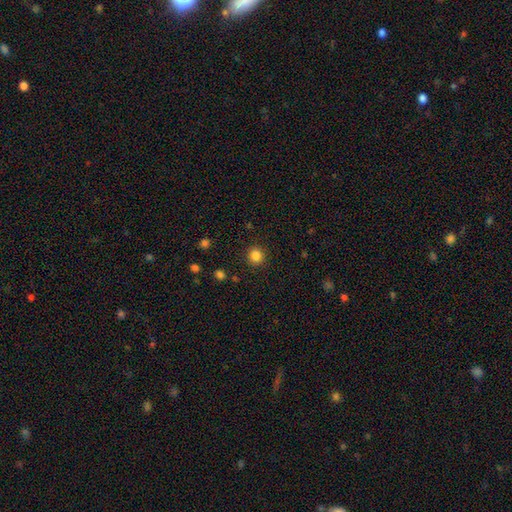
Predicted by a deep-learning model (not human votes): smooth-or-featured: smooth: 84% | star or artifact: 12% | featured or disk: 4%
  how-rounded: round: 92% | in between: 7% | cigar-shaped: 1%
  merging: none: 91% | minor disturbance: 6% | major disturbance: 2% | merger: 1%